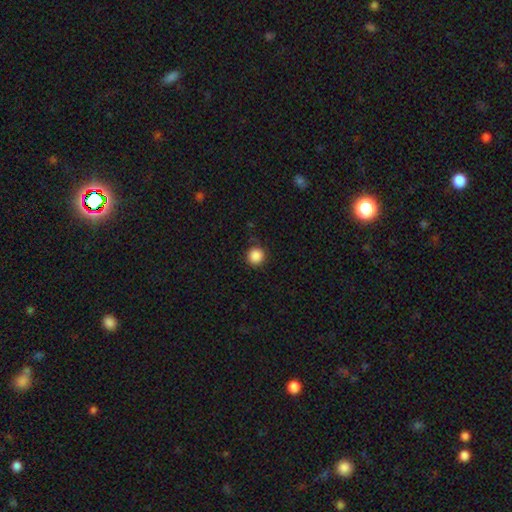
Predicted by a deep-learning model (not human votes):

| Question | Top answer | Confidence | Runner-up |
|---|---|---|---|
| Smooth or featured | smooth | 87% | star or artifact (10%) |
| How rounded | round | 94% | in between (5%) |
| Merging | none | 82% | minor disturbance (13%) |